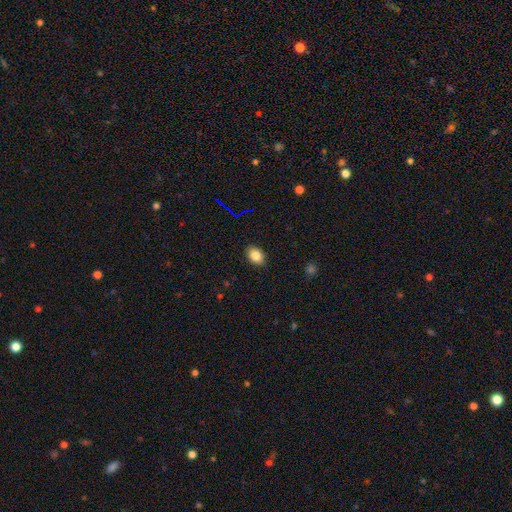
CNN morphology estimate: smooth_or_featured: smooth (p=0.83) [alt: star or artifact p=0.10]
how_rounded: in between (p=0.76) [alt: round p=0.23]
merging: none (p=0.89) [alt: minor disturbance p=0.08]